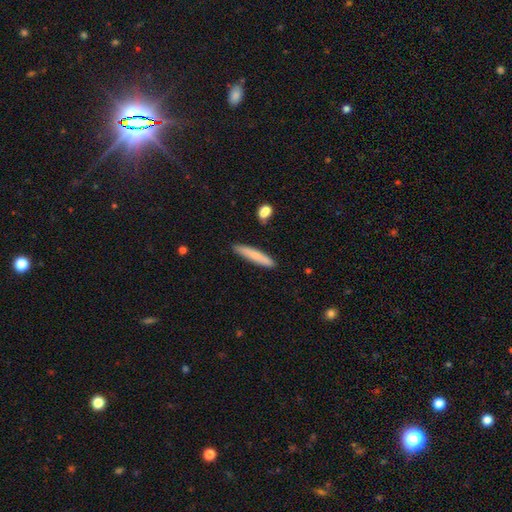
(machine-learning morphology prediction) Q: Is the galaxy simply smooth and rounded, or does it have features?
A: smooth — 78%.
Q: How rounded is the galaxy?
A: cigar-shaped — 91%.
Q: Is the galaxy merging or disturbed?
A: none — 87%.